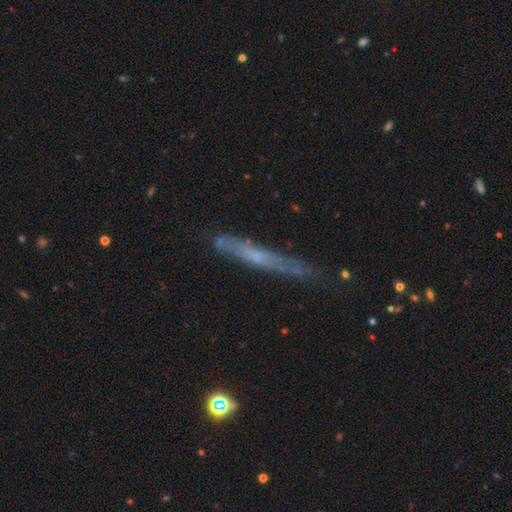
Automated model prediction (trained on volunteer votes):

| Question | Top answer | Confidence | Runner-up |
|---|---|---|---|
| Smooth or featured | featured or disk | 51% | smooth (40%) |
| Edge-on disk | yes | 79% | no (21%) |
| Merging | none | 63% | minor disturbance (25%) |